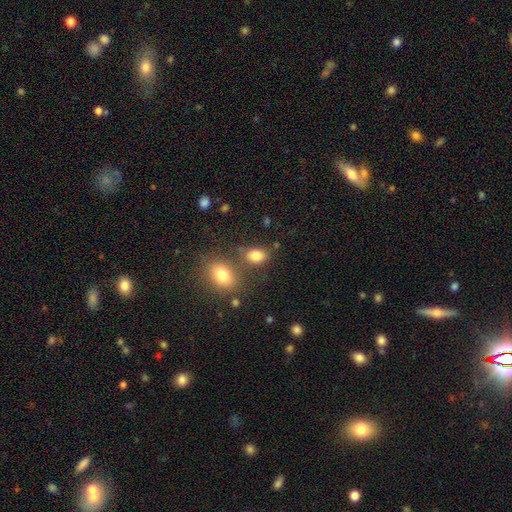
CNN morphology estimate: Overall: smooth (83%). How rounded: in between (79%). Merging: none (64%).